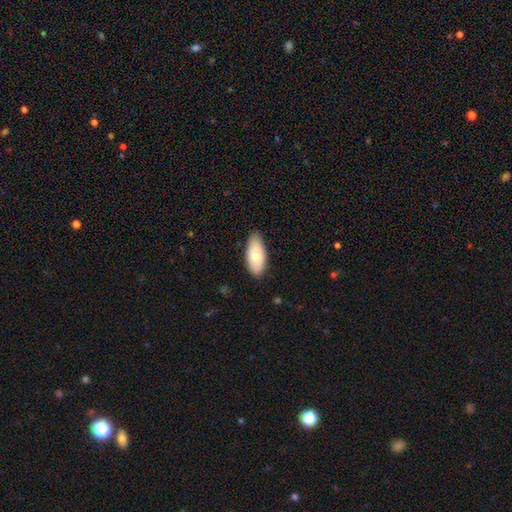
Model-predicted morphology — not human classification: Overall: smooth (77%). How rounded: in between (91%). Merging: none (82%).